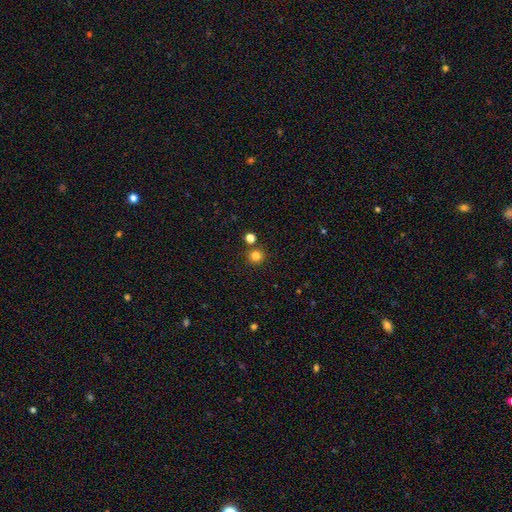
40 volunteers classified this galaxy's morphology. type=smooth (80%); roundness=round (94%); merging=none (91%).